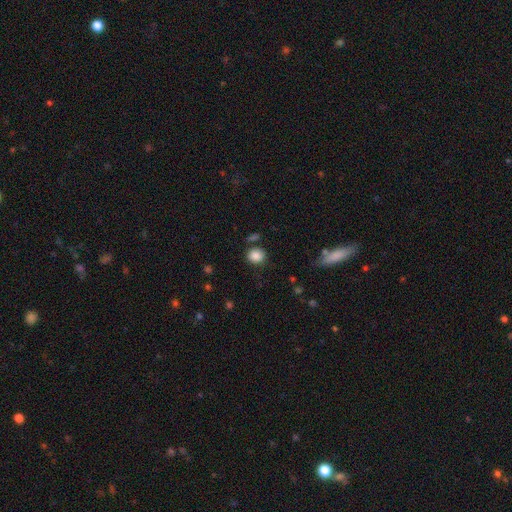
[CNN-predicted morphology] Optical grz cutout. It shows a smooth galaxy with no disk features (86%) that is round (73%). Merging: none (79%).